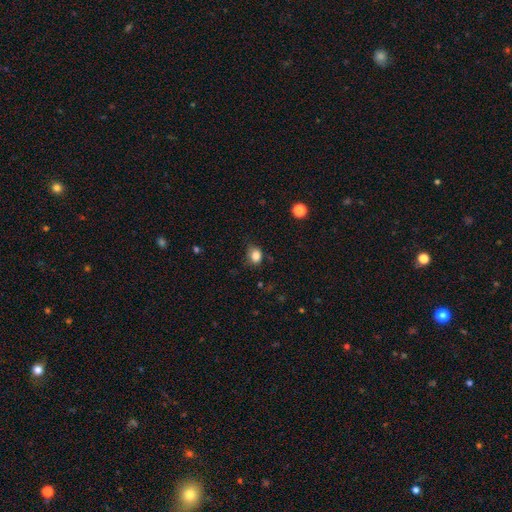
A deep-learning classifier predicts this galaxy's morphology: This is clearly a smooth galaxy (84%). How rounded: possibly round (56%). Merging: likely none (69%).